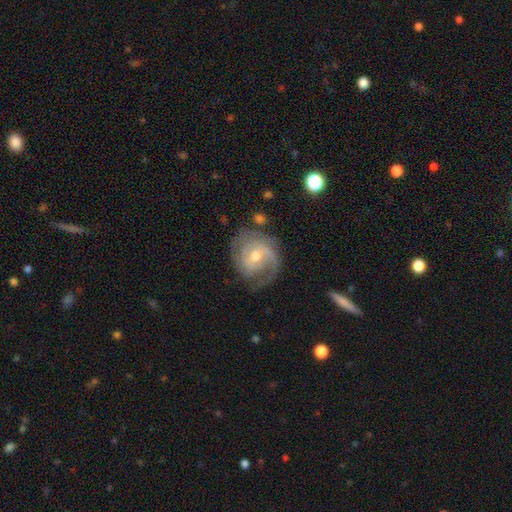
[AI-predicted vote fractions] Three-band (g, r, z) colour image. It shows a featured or disk galaxy (78%) with no bar (58%), 2 (41%) tight (50%) spiral arms (92%) and a moderate central bulge (66%). Merging: none (63%).